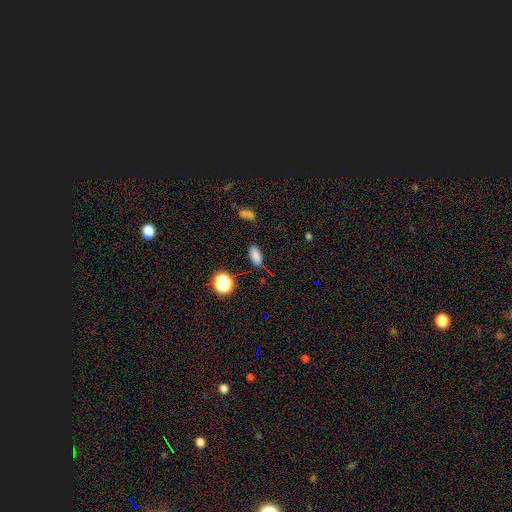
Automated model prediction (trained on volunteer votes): smooth-or-featured: smooth: 82% | star or artifact: 13% | featured or disk: 5%
  how-rounded: in between: 87% | cigar-shaped: 8% | round: 6%
  merging: none: 83% | minor disturbance: 12% | major disturbance: 3% | merger: 2%